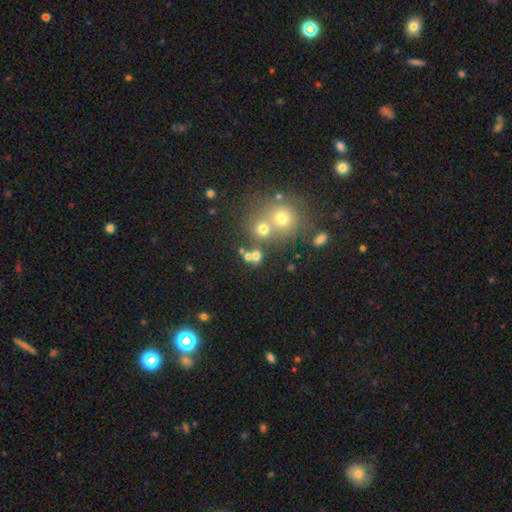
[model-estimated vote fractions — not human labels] Q: Smooth or featured?
A: smooth (67%); runner-up: star or artifact (20%)
Q: How rounded?
A: round (78%); runner-up: in between (20%)
Q: Merging?
A: none (53%); runner-up: merger (34%)